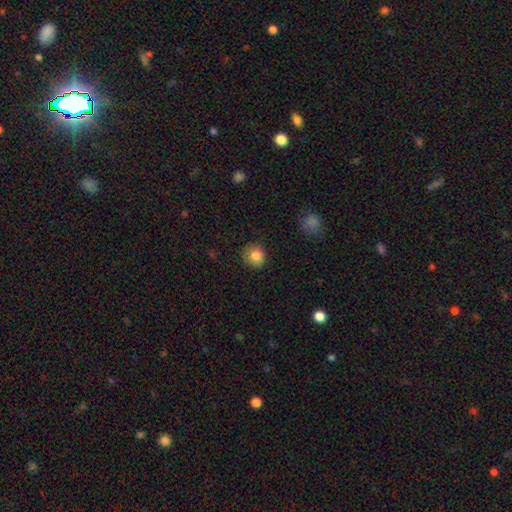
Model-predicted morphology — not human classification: Q: Smooth or featured?
A: smooth (84%); runner-up: star or artifact (10%)
Q: How rounded?
A: round (89%); runner-up: in between (10%)
Q: Merging?
A: none (82%); runner-up: minor disturbance (13%)